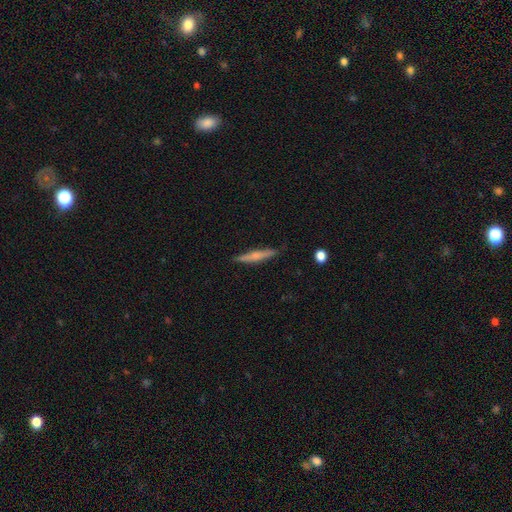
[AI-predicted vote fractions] smooth 52%, featured or disk 41%, star or artifact 6%. Down the decision tree: how rounded — cigar-shaped (93%); merging — none (88%).